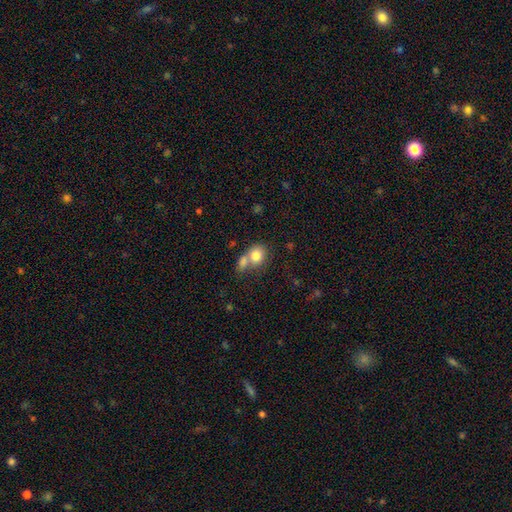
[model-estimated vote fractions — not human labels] Morphology: type=smooth (80%); roundness=round (58%); merging=merger (49%).